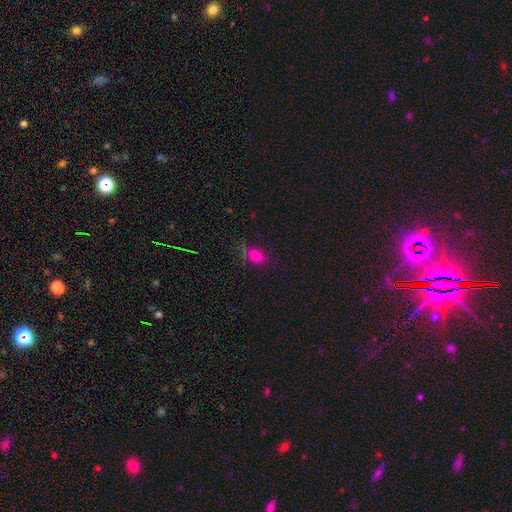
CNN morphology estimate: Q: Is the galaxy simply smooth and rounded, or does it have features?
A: smooth — 79%.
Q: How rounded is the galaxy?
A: in between — 73%.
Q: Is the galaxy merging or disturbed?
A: none — 72%.